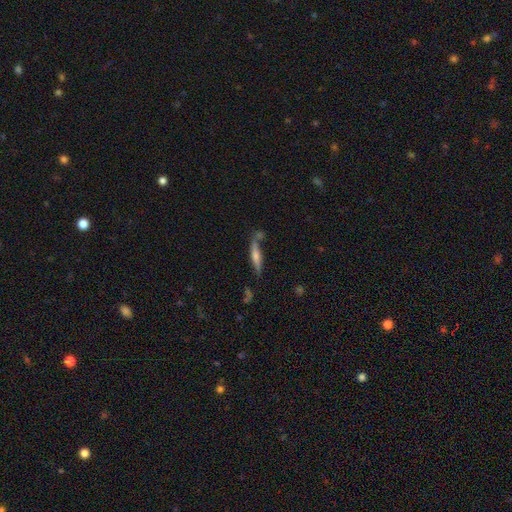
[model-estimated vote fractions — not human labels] Morphology: type=featured or disk (55%); edge-on=yes (91%); merging=none (65%).